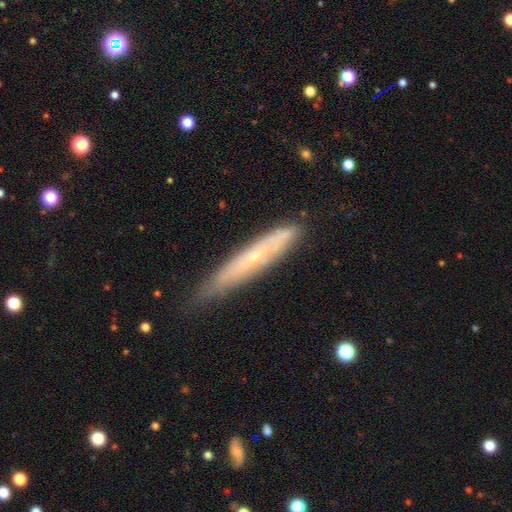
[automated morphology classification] type=featured or disk (54%); edge-on=yes (73%); merging=none (73%).